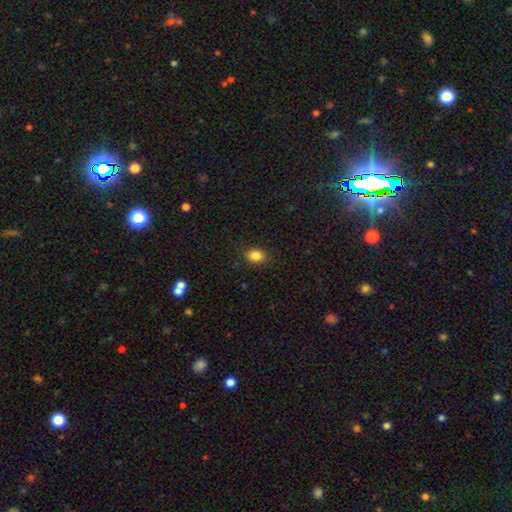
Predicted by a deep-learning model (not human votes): A smooth galaxy with no disk features (85%) that is in between round and cigar-shaped (56%). Merging: none (87%).